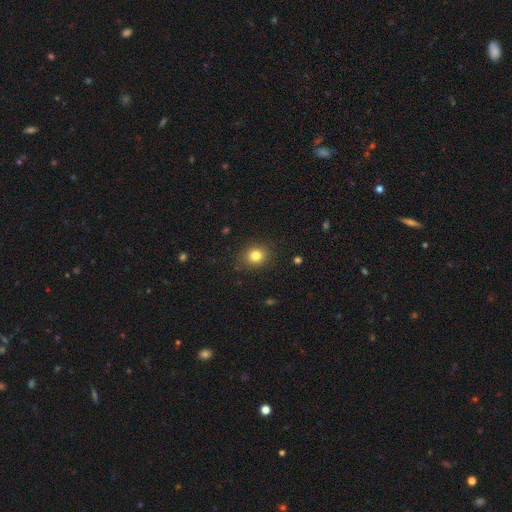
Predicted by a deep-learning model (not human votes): smooth-or-featured: smooth: 81% | star or artifact: 11% | featured or disk: 7%
  how-rounded: round: 68% | in between: 31% | cigar-shaped: 1%
  merging: none: 86% | minor disturbance: 10% | major disturbance: 3% | merger: 1%